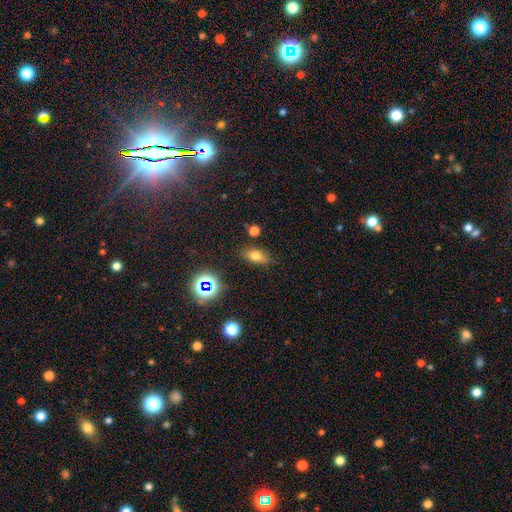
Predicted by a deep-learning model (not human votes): Smooth or featured? Predicted: smooth (p=0.68). How rounded? Predicted: in between (p=0.76). Merging? Predicted: none (p=0.82).